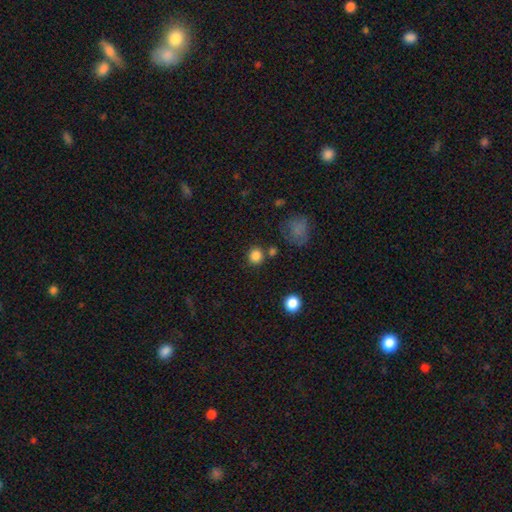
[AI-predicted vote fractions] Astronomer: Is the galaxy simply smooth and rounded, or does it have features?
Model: smooth — 83%.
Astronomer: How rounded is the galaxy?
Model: round — 88%.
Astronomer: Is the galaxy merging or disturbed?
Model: none — 80%.